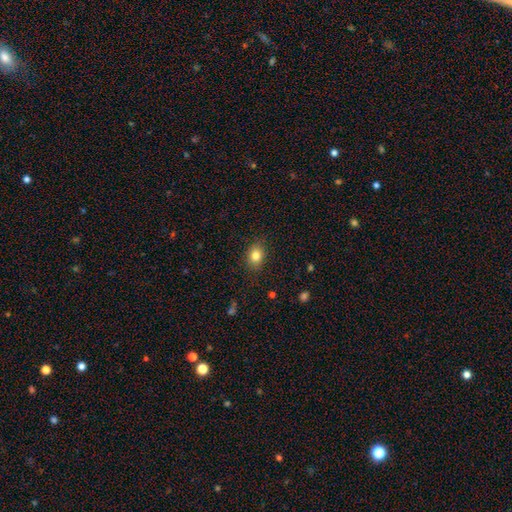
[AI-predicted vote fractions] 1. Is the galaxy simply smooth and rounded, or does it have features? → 83% smooth, 10% star or artifact, 7% featured or disk.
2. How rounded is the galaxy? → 60% in between, 39% round, 1% cigar-shaped.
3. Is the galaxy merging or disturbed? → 86% none, 10% minor disturbance, 2% major disturbance, 1% merger.